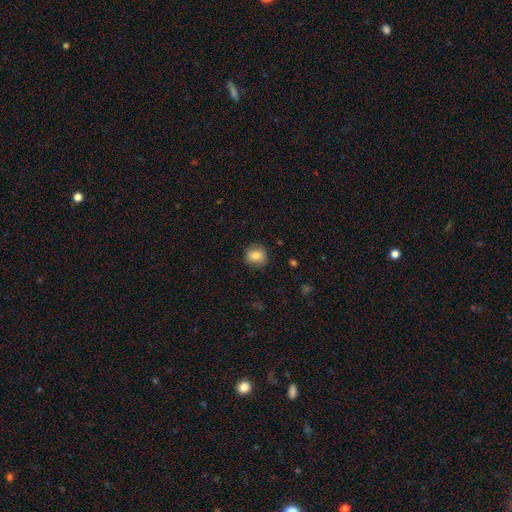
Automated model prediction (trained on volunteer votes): smooth-or-featured: smooth: 80% | featured or disk: 11% | star or artifact: 9%
  how-rounded: round: 75% | in between: 24% | cigar-shaped: 1%
  merging: none: 85% | minor disturbance: 11% | major disturbance: 3% | merger: 1%